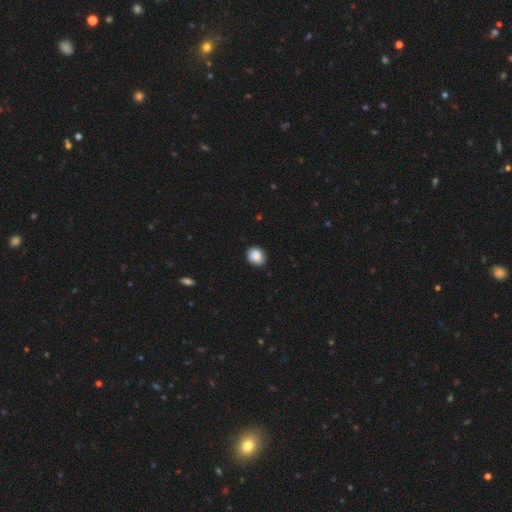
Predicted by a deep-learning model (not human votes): A smooth galaxy with no disk features (88%) that is round (68%).

Vote fractions:
- Smooth or featured? smooth: 88% / star or artifact: 8% / featured or disk: 4%
- How rounded? round: 68% / in between: 31% / cigar-shaped: 1%
- Merging? none: 83% / minor disturbance: 14% / major disturbance: 2% / merger: 1%